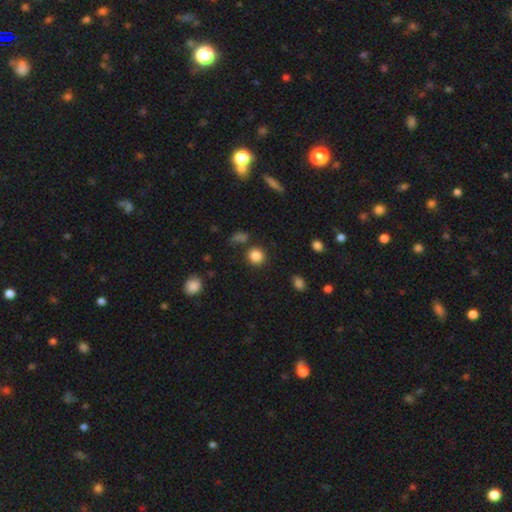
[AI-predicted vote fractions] smooth_or_featured: smooth (p=0.85) [alt: star or artifact p=0.11]
how_rounded: round (p=0.90) [alt: in between p=0.09]
merging: none (p=0.83) [alt: minor disturbance p=0.08]